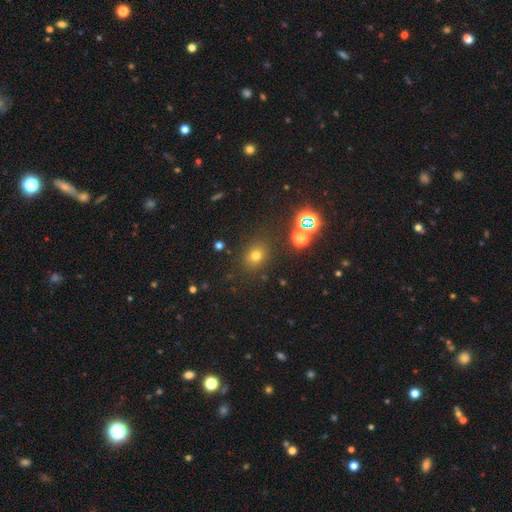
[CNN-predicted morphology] A smooth galaxy with no disk features (66%) that is round (68%). Merging: none (82%).